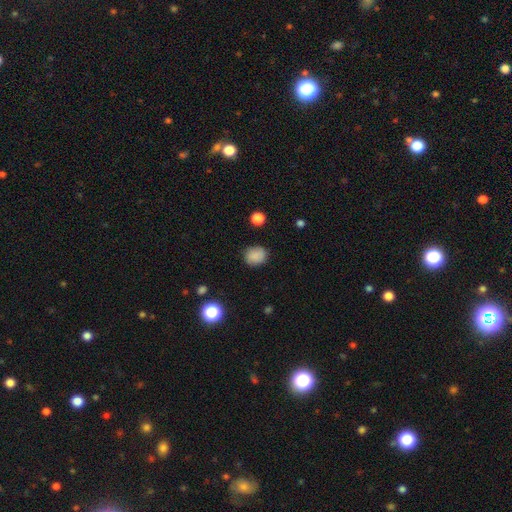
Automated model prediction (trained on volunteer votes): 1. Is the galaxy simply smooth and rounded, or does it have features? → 86% smooth, 10% star or artifact, 5% featured or disk.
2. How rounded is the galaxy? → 64% round, 35% in between, 1% cigar-shaped.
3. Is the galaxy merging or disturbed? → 84% none, 12% minor disturbance, 3% major disturbance, 1% merger.